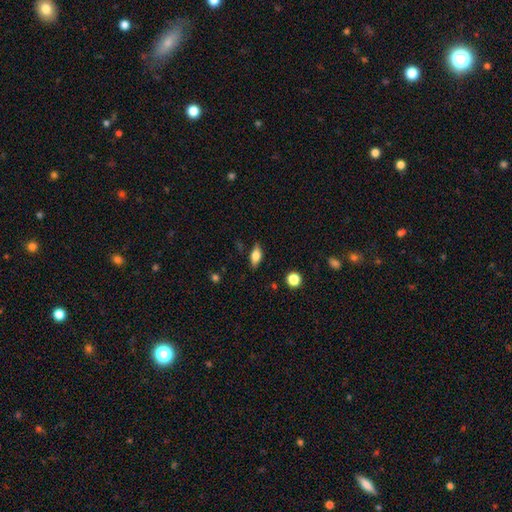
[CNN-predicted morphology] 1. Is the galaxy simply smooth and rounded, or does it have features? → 71% smooth, 21% featured or disk, 8% star or artifact.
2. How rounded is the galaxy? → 82% in between, 13% cigar-shaped, 5% round.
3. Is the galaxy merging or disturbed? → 83% none, 13% minor disturbance, 3% major disturbance, 1% merger.